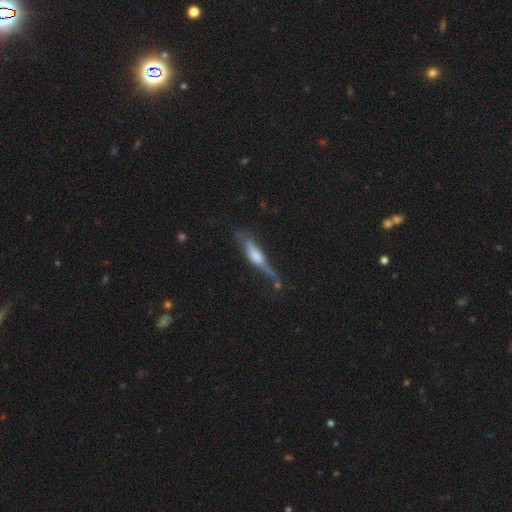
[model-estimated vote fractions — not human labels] Overall: featured or disk (59%; smooth 33%). Edge-on disk: yes (84%). Merging: none (45%; minor disturbance 28%).